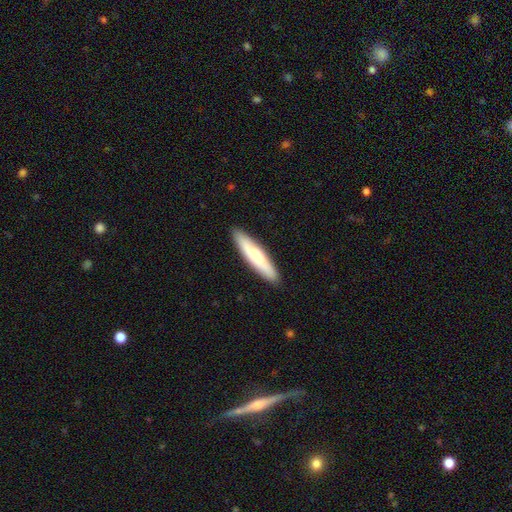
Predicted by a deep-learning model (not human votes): Smooth or featured? Predicted: smooth (p=0.71). How rounded? Predicted: cigar-shaped (p=0.86). Merging? Predicted: none (p=0.91).